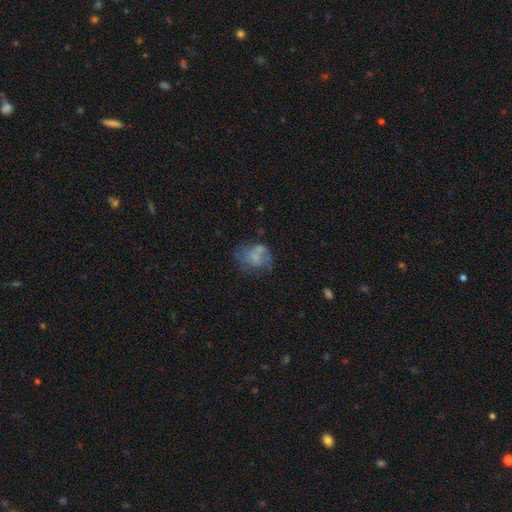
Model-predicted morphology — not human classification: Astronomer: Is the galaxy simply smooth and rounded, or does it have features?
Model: smooth — 49% (runner-up: featured or disk, 39%).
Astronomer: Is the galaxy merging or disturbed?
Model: none — 38% (runner-up: major disturbance, 26%).